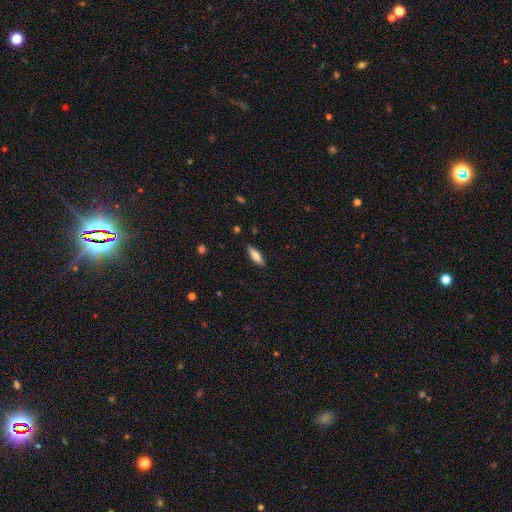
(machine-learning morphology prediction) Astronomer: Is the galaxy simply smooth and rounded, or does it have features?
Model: smooth — 65%.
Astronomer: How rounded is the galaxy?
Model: cigar-shaped — 51% (runner-up: in between, 47%).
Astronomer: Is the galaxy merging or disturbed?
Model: none — 89%.